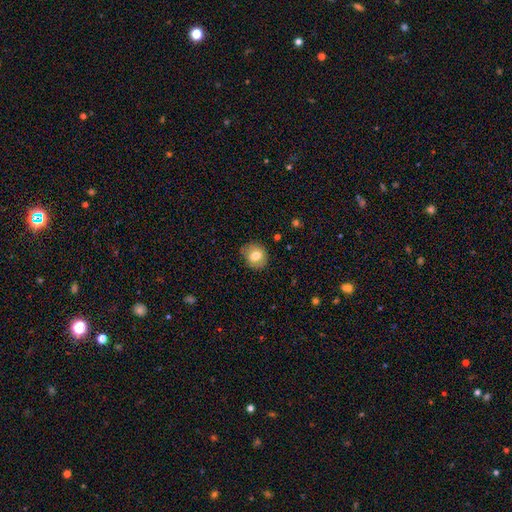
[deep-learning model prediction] A smooth galaxy with no disk features (75%) that is round (76%). Merging: none (81%).